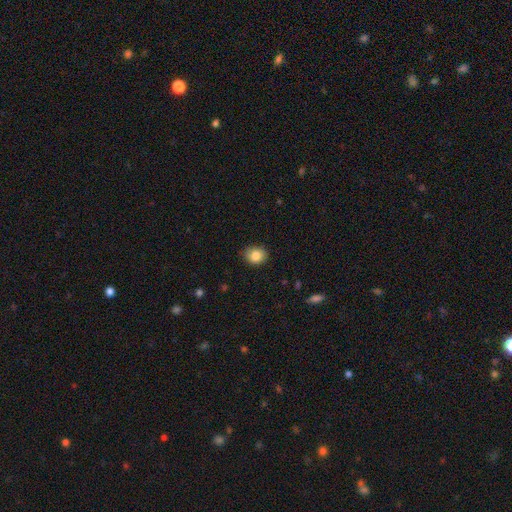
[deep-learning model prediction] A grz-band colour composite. It shows a smooth galaxy with no disk features (85%) that is round (63%). Merging: none (86%).